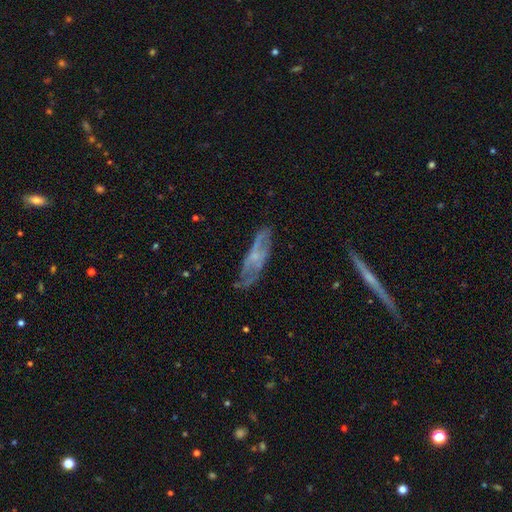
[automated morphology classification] This is likely a featured or disk galaxy (61%). It is likely not viewed edge-on (73%). Merging: possibly none (58%).